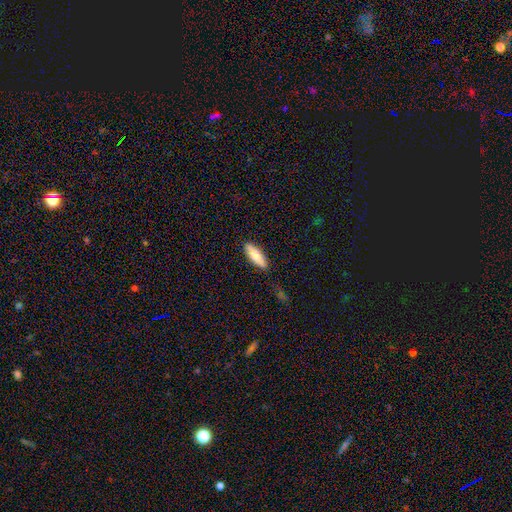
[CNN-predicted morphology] smooth_or_featured: smooth (p=0.74) [alt: featured or disk p=0.20]
how_rounded: in between (p=0.57) [alt: cigar-shaped p=0.41]
merging: none (p=0.88) [alt: minor disturbance p=0.09]